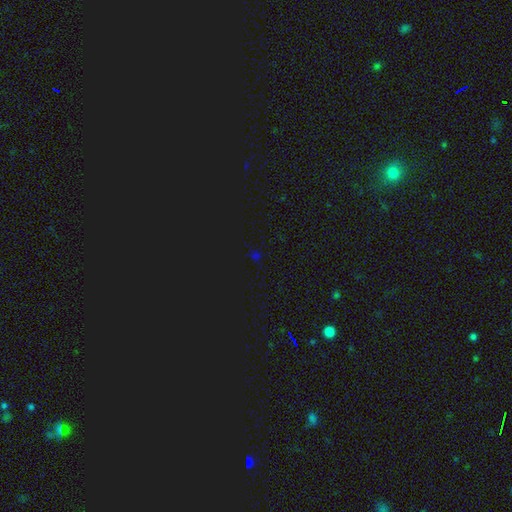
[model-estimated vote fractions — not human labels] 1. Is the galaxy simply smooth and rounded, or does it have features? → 68% star or artifact, 26% smooth, 6% featured or disk.